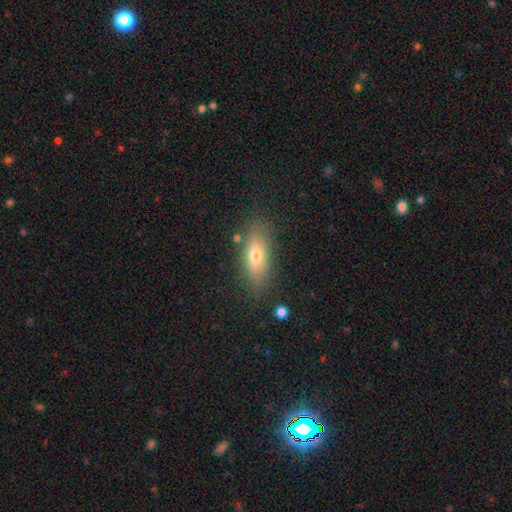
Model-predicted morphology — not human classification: smooth_or_featured: smooth (p=0.65) [alt: featured or disk p=0.26]
how_rounded: in between (p=0.67) [alt: cigar-shaped p=0.29]
merging: none (p=0.80) [alt: minor disturbance p=0.13]